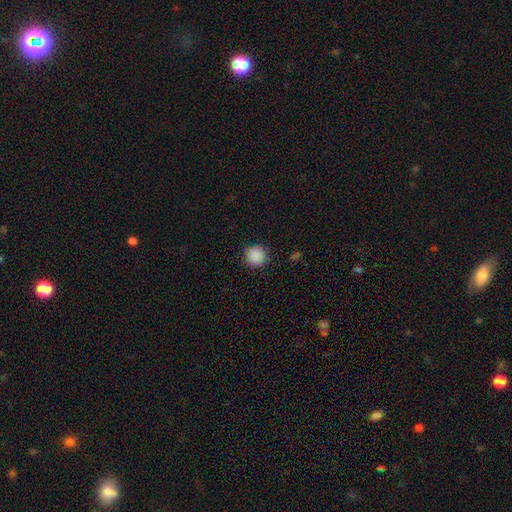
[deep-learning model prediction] Smooth or featured? smooth (89%)
How rounded? round (94%)
Merging? none (90%)